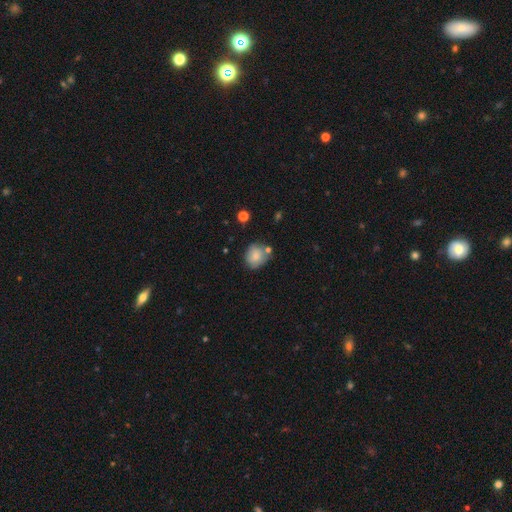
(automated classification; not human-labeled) A smooth galaxy with no disk features (79%) that is round (69%).

Vote fractions:
- Smooth or featured? smooth: 79% / featured or disk: 13% / star or artifact: 9%
- How rounded? round: 69% / in between: 30% / cigar-shaped: 1%
- Merging? none: 63% / minor disturbance: 21% / merger: 10% / major disturbance: 5%